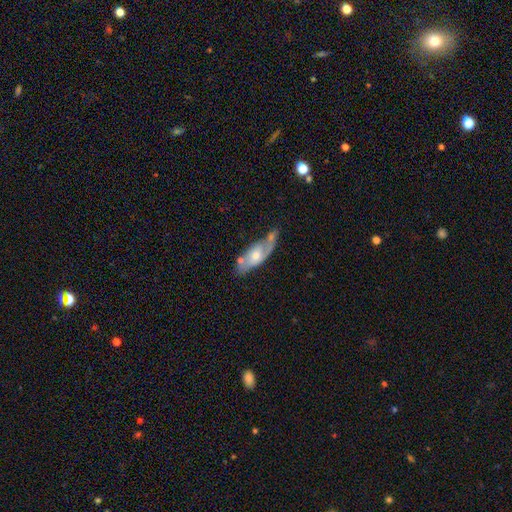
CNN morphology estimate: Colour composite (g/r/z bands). It shows a featured or disk galaxy (61%). Merging: none (47%).